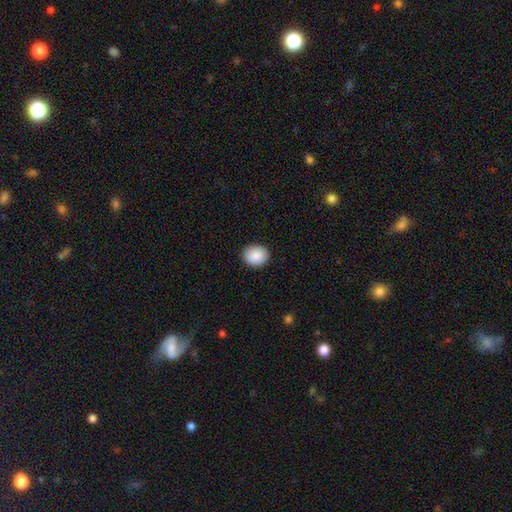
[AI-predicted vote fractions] smooth-or-featured: smooth: 89% | star or artifact: 7% | featured or disk: 4%
  how-rounded: round: 67% | in between: 32% | cigar-shaped: 1%
  merging: none: 91% | minor disturbance: 7% | major disturbance: 2% | merger: 1%